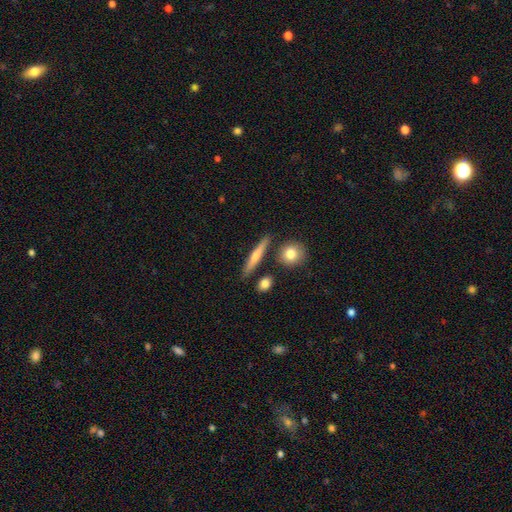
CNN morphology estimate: Q: Smooth or featured?
A: featured or disk (49%); runner-up: smooth (44%)
Q: Merging?
A: none (83%); runner-up: minor disturbance (9%)